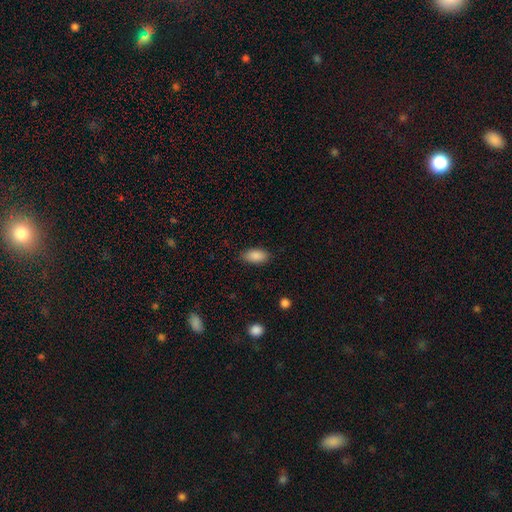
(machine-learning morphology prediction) A smooth galaxy with no disk features (88%) that is in between round and cigar-shaped (92%).

Vote fractions:
- Smooth or featured? smooth: 88% / star or artifact: 7% / featured or disk: 4%
- How rounded? in between: 92% / cigar-shaped: 5% / round: 3%
- Merging? none: 85% / minor disturbance: 11% / major disturbance: 3% / merger: 1%